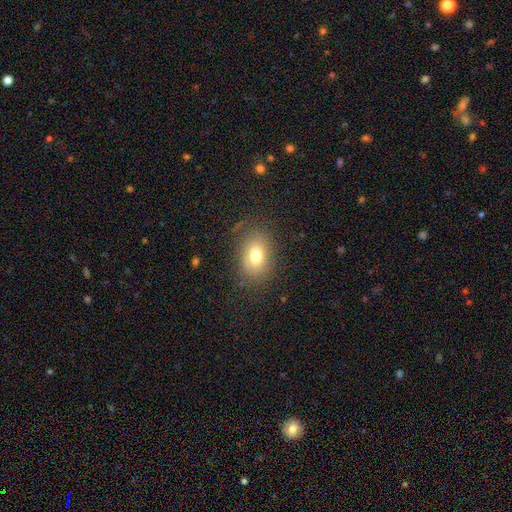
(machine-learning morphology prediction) This is likely a smooth galaxy (74%). How rounded: likely in between (76%). Merging: likely none (79%).